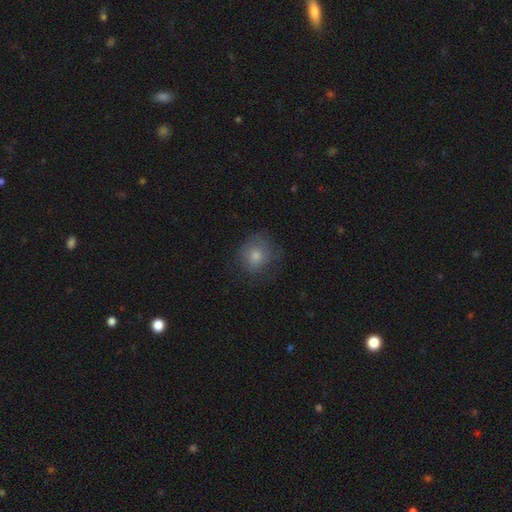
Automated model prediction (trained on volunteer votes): A smooth galaxy with no disk features (66%) that is round (79%). Merging: none (70%).